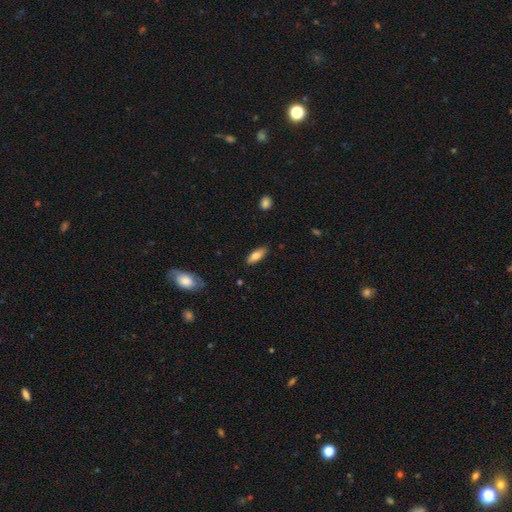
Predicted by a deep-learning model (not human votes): Smooth or featured? Predicted: smooth (p=0.75). How rounded? Predicted: in between (p=0.70). Merging? Predicted: none (p=0.85).